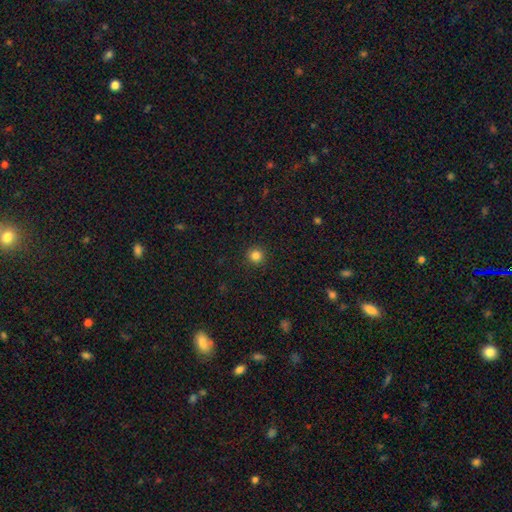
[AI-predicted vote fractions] Smooth or featured?
  - smooth: 84% *
  - star or artifact: 12%
  - featured or disk: 4%
How rounded?
  - round: 95% *
  - in between: 4%
  - cigar-shaped: 1%
Merging?
  - none: 93% *
  - minor disturbance: 5%
  - major disturbance: 2%
  - merger: 1%